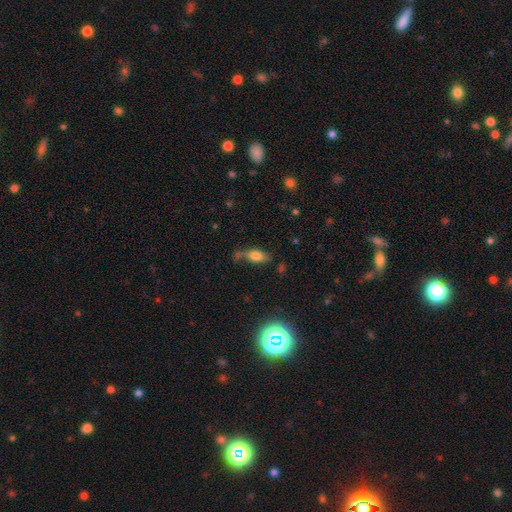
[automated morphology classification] Smooth or featured: smooth — 70% (featured or disk — 18%)
How rounded: in between — 81% (cigar-shaped — 14%)
Merging: none — 52% (minor disturbance — 24%)